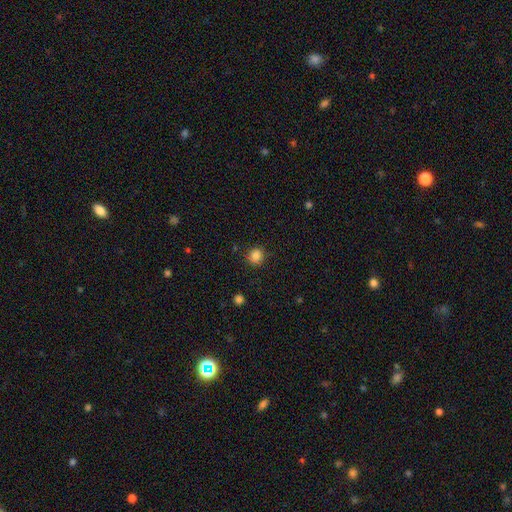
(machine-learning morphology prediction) Smooth or featured?
  - smooth: 85% *
  - star or artifact: 11%
  - featured or disk: 4%
How rounded?
  - round: 88% *
  - in between: 12%
  - cigar-shaped: 1%
Merging?
  - none: 86% *
  - minor disturbance: 9%
  - major disturbance: 3%
  - merger: 2%